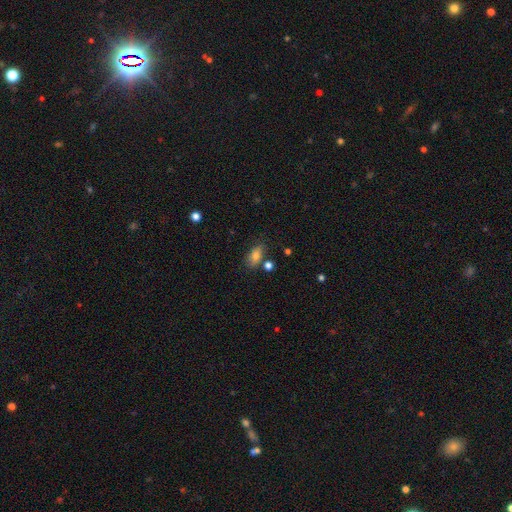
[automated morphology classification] smooth 78%, featured or disk 12%, star or artifact 10%. Down the decision tree: how rounded — in between (87%); merging — none (72%).